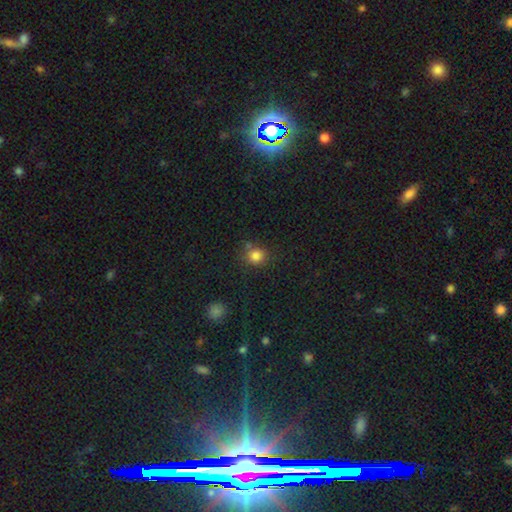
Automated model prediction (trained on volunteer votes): This appears to be a smooth galaxy with no disk features (82%) that is round (85%). Merging: none (74%).